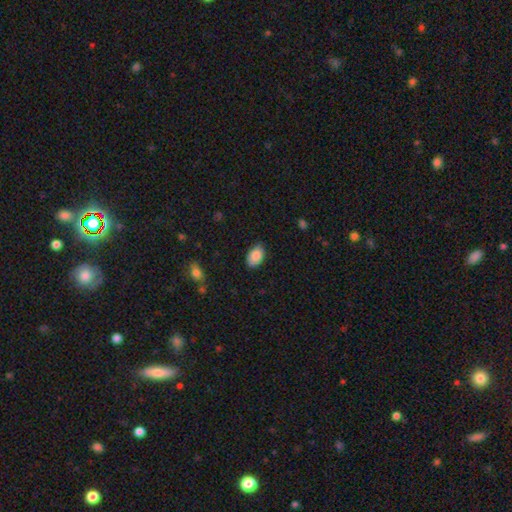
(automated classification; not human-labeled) Overall: smooth (87%). How rounded: in between (90%). Merging: none (76%).